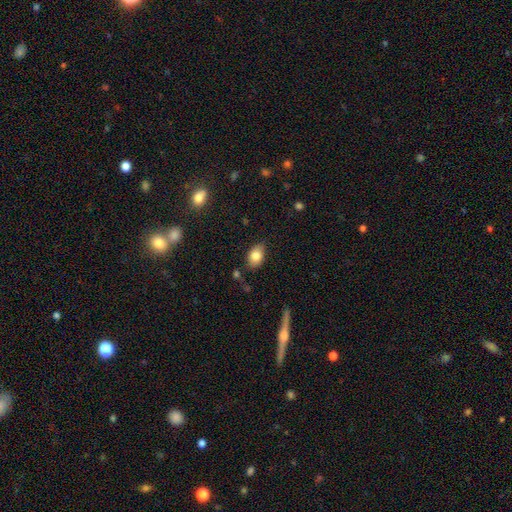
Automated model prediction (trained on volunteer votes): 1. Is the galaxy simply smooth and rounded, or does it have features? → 82% smooth, 10% featured or disk, 8% star or artifact.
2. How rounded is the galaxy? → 85% in between, 13% round, 2% cigar-shaped.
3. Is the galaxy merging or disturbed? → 78% none, 16% minor disturbance, 3% major disturbance, 3% merger.